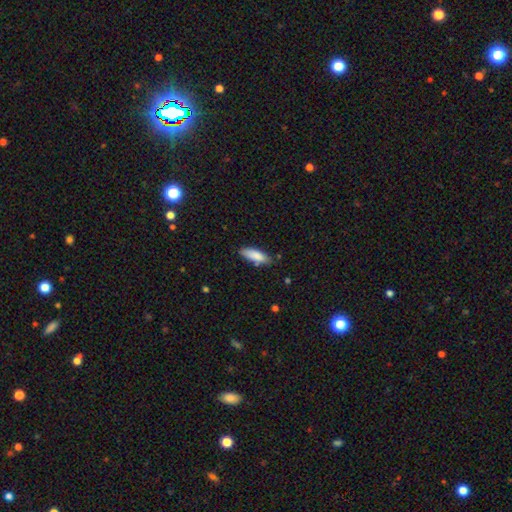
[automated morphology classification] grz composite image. It shows a smooth galaxy with no disk features (86%) that is in between round and cigar-shaped (58%). Merging: none (78%).